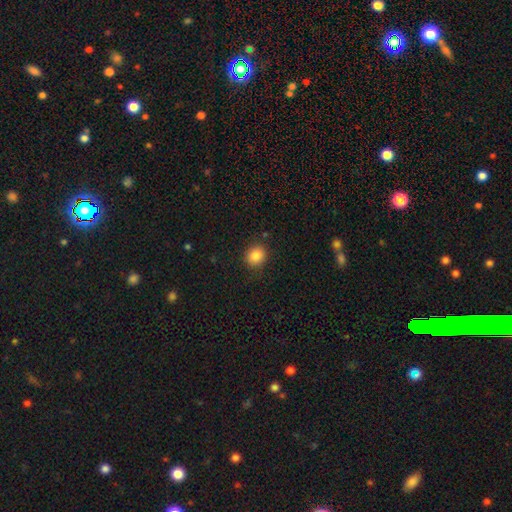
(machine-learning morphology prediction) Smooth or featured? Predicted: smooth (p=0.86). How rounded? Predicted: round (p=0.73). Merging? Predicted: none (p=0.86).